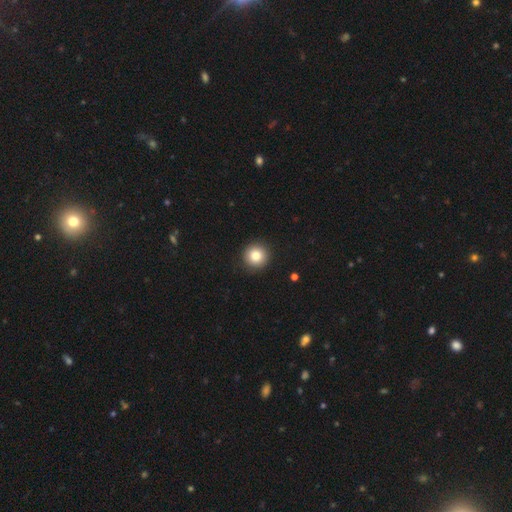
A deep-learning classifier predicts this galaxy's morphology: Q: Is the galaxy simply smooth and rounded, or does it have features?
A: smooth — 83%.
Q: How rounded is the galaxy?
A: round — 95%.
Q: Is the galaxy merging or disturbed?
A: none — 92%.